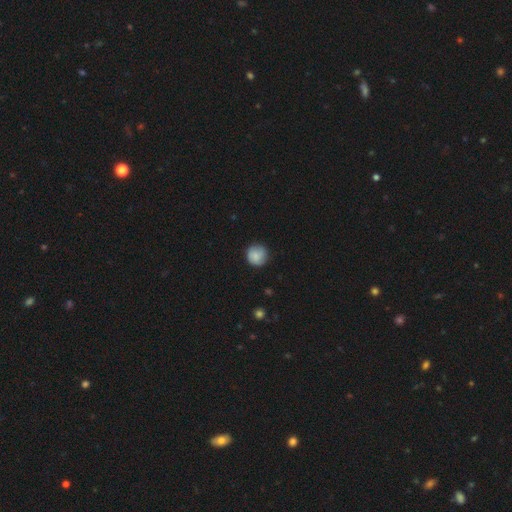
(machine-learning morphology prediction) The model was most divided on "merging": none: 83%, minor disturbance: 14%, major disturbance: 3%, merger: 1%. More confident: how rounded — round (93%); smooth or featured — smooth (84%).